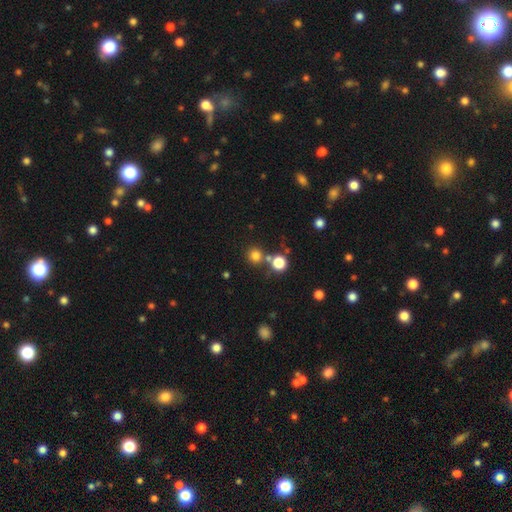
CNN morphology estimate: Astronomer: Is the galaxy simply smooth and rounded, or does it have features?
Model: smooth — 77%.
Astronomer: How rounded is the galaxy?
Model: round — 93%.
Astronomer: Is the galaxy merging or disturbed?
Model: none — 72%.